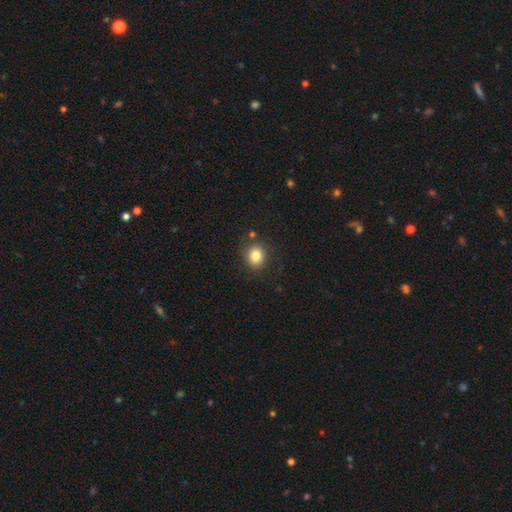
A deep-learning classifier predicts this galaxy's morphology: A smooth galaxy with no disk features (82%) that is round (73%).

Vote fractions:
- Smooth or featured? smooth: 82% / star or artifact: 11% / featured or disk: 7%
- How rounded? round: 73% / in between: 26% / cigar-shaped: 1%
- Merging? none: 84% / minor disturbance: 10% / merger: 4% / major disturbance: 3%